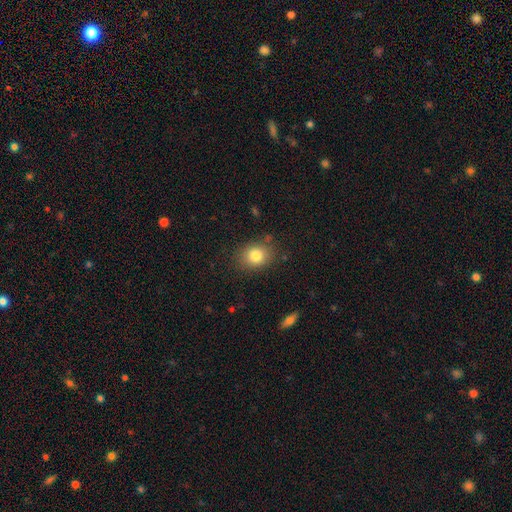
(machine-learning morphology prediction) Smooth or featured? smooth (81%)
How rounded? in between (50%)
Merging? none (82%)